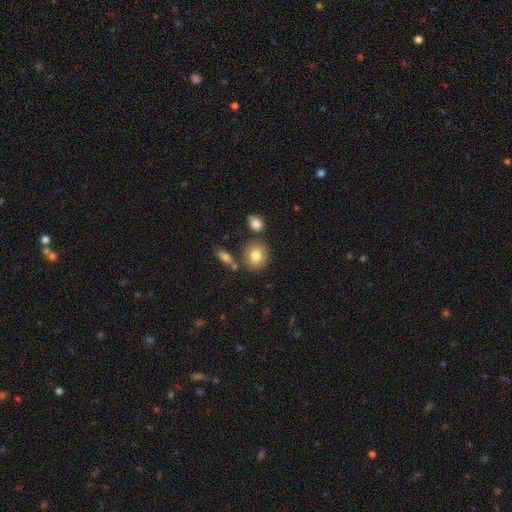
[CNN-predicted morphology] Smooth or featured? Predicted: smooth (p=0.80). How rounded? Predicted: round (p=0.80). Merging? Predicted: none (p=0.77).